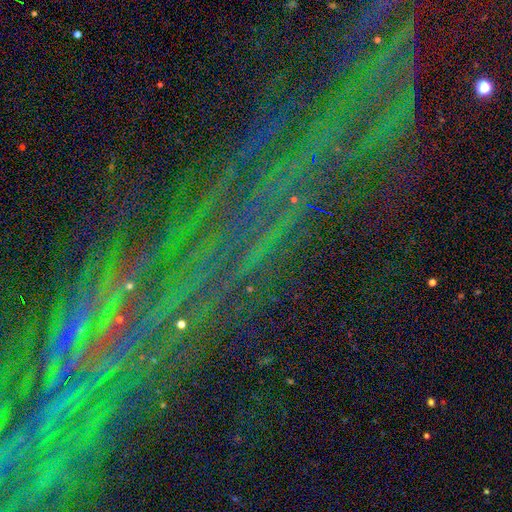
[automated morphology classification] smooth_or_featured: star or artifact (p=0.82) [alt: featured or disk p=0.10]